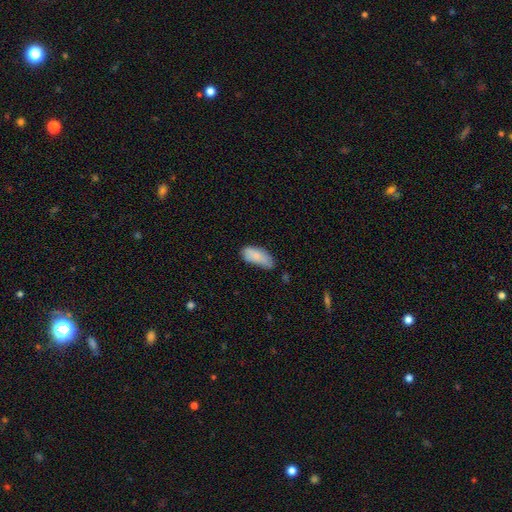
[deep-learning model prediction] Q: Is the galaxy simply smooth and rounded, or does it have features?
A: smooth — 82%.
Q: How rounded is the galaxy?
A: in between — 83%.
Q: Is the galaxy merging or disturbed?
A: none — 52%.